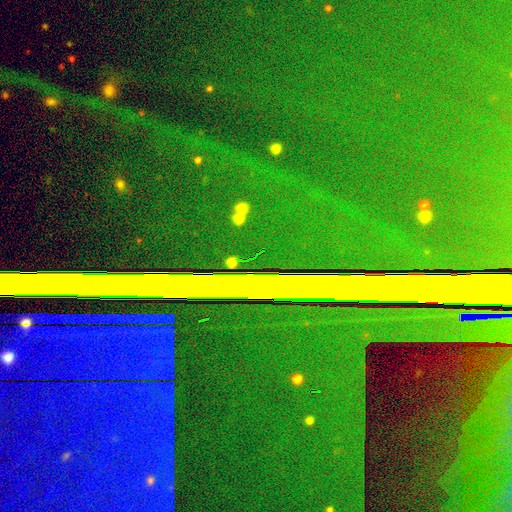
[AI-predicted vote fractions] Smooth or featured? Predicted: star or artifact (p=0.88).